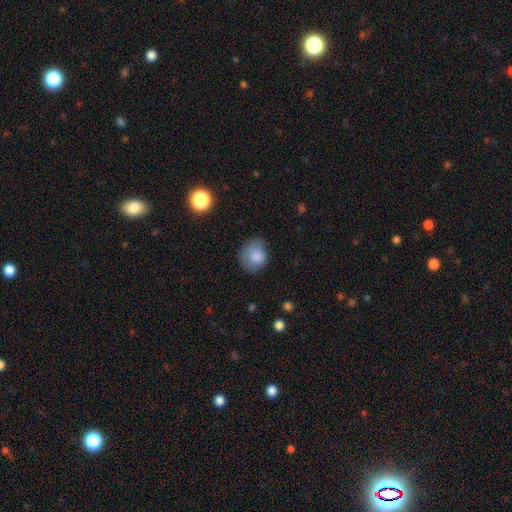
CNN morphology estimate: Smooth or featured? smooth (82%)
How rounded? round (68%)
Merging? none (57%)